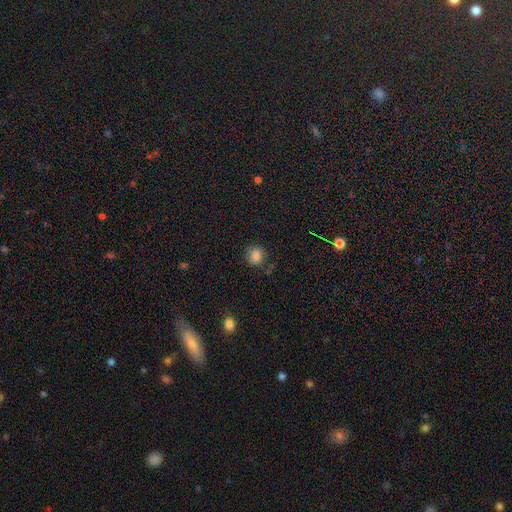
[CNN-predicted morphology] Smooth or featured?
  - smooth: 83% *
  - star or artifact: 12%
  - featured or disk: 5%
How rounded?
  - round: 70% *
  - in between: 29%
  - cigar-shaped: 1%
Merging?
  - none: 79% *
  - minor disturbance: 14%
  - major disturbance: 4%
  - merger: 3%